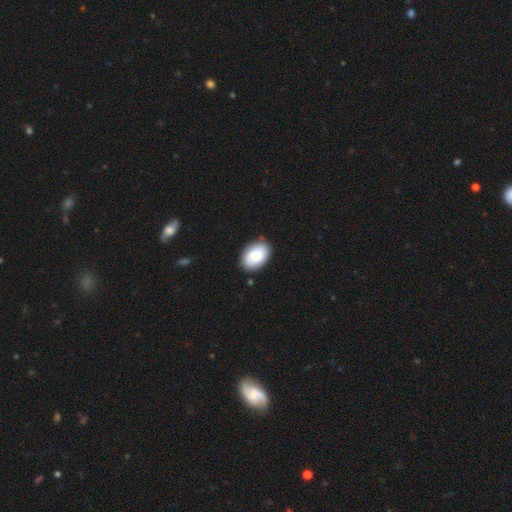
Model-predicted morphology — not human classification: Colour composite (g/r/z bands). It shows a smooth galaxy with no disk features (85%) that is in between round and cigar-shaped (90%). Merging: none (82%).